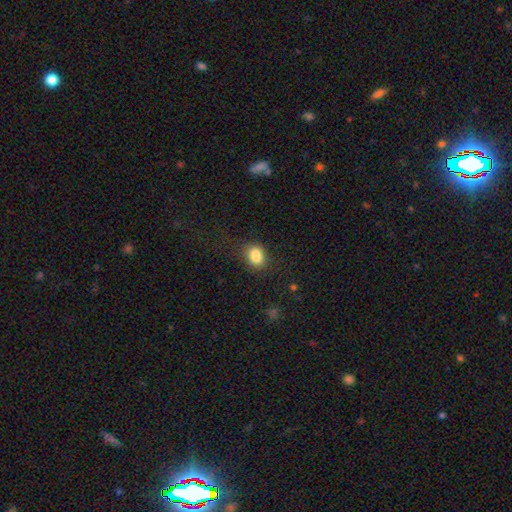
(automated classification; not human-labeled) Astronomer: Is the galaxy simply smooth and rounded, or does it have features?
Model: smooth — 83%.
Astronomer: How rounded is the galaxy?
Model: in between — 65%.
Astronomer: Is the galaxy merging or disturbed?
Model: none — 65%.